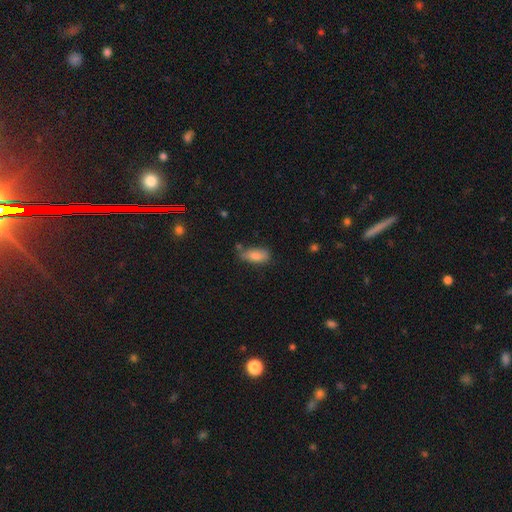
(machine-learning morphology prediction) A smooth galaxy with no disk features (82%) that is in between round and cigar-shaped (84%). Merging: none (54%).